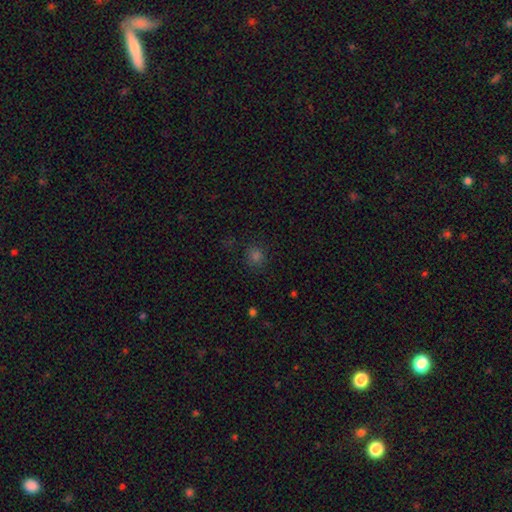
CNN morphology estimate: Q: Smooth or featured?
A: smooth (73%); runner-up: star or artifact (22%)
Q: How rounded?
A: round (87%); runner-up: in between (12%)
Q: Merging?
A: none (87%); runner-up: minor disturbance (9%)